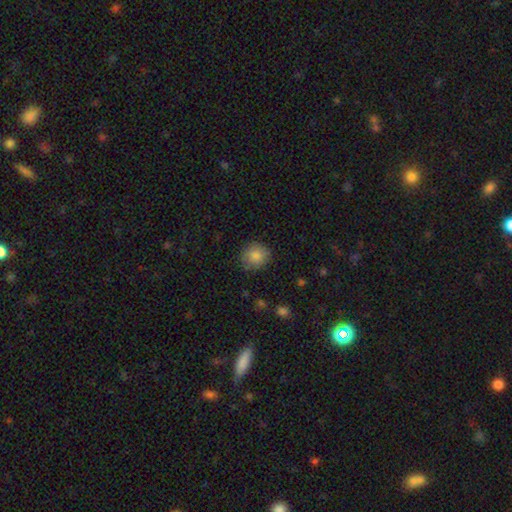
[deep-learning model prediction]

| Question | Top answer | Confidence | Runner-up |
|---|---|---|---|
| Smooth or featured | smooth | 84% | star or artifact (9%) |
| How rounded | round | 84% | in between (15%) |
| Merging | none | 84% | minor disturbance (12%) |